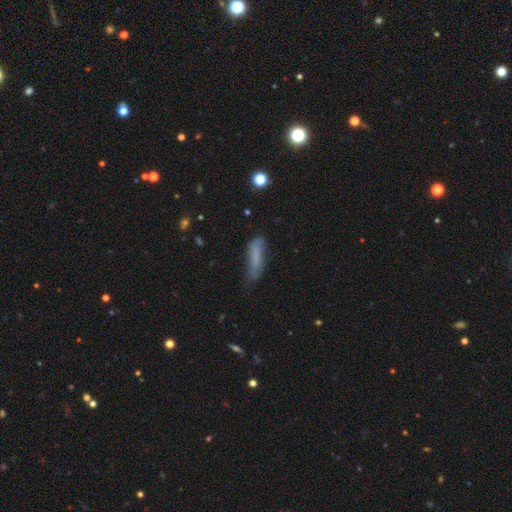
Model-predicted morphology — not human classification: Overall: smooth (67%). How rounded: cigar-shaped (68%; in between 30%). Merging: none (49%; minor disturbance 33%).